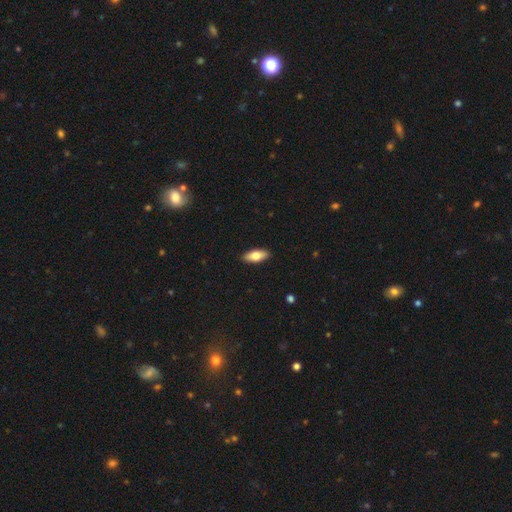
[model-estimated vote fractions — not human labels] This appears to be a smooth galaxy with no disk features (74%) that is in between round and cigar-shaped (81%). Merging: none (90%).